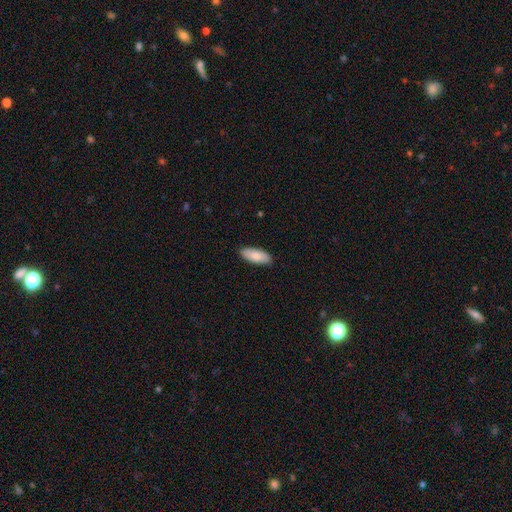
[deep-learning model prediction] Smooth or featured? smooth (85%)
How rounded? in between (79%)
Merging? none (89%)